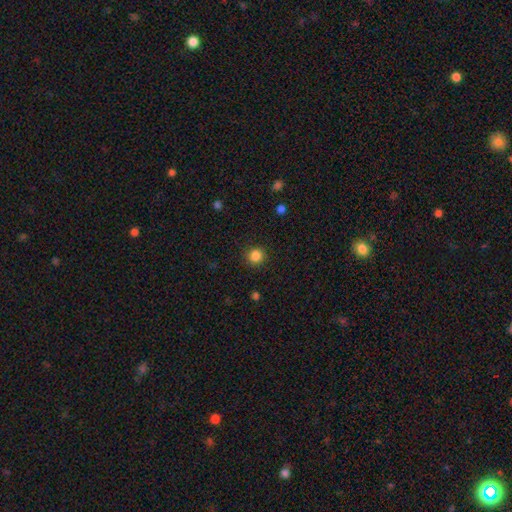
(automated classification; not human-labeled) smooth 85%, star or artifact 12%, featured or disk 4%. Down the decision tree: how rounded — round (93%); merging — none (91%).